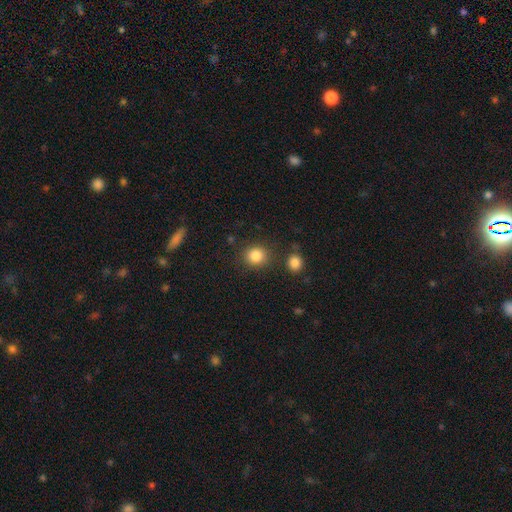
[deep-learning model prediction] smooth-or-featured: smooth: 85% | star or artifact: 10% | featured or disk: 5%
  how-rounded: round: 86% | in between: 13% | cigar-shaped: 1%
  merging: none: 84% | minor disturbance: 8% | merger: 5% | major disturbance: 3%